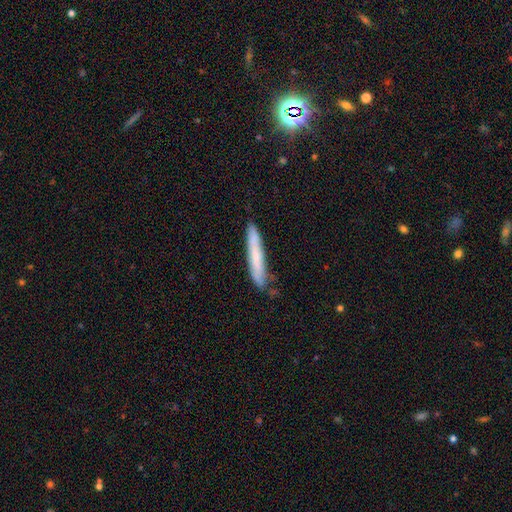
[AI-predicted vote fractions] Smooth or featured? Predicted: smooth (p=0.66). How rounded? Predicted: cigar-shaped (p=0.95). Merging? Predicted: none (p=0.79).